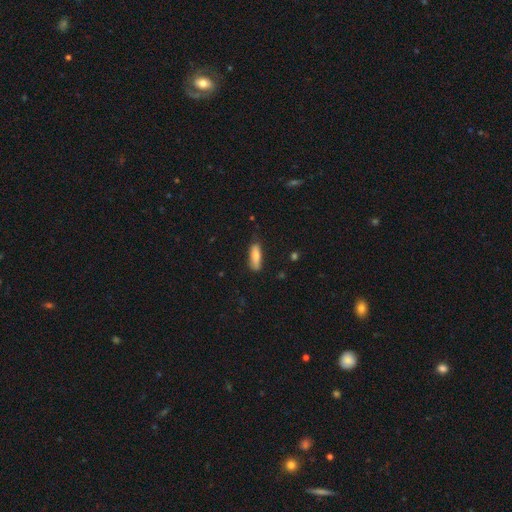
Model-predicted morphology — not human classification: Smooth or featured? Predicted: smooth (p=0.80). How rounded? Predicted: cigar-shaped (p=0.49, tied with in between). Merging? Predicted: none (p=0.75).